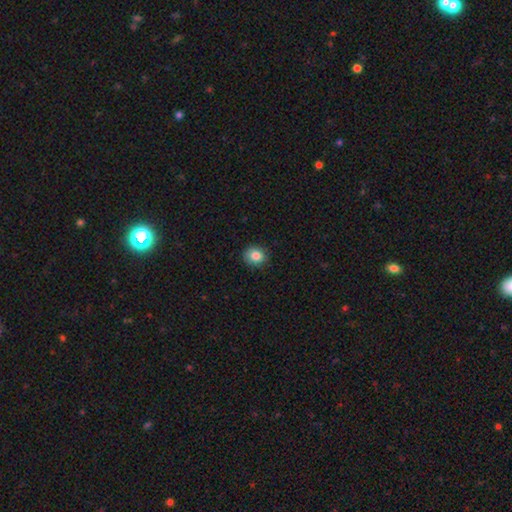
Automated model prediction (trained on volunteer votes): The model was most divided on "how rounded": round: 71%, in between: 28%, cigar-shaped: 1%. More confident: smooth or featured — smooth (84%); merging — none (84%).